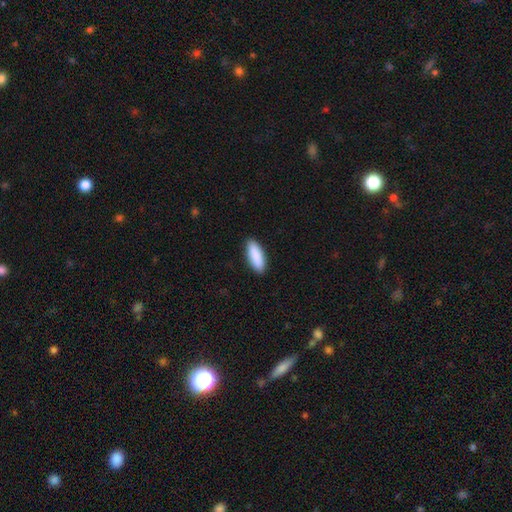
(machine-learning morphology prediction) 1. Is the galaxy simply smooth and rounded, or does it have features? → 90% smooth, 5% star or artifact, 4% featured or disk.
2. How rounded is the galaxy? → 68% in between, 30% cigar-shaped, 2% round.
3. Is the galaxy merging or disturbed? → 90% none, 7% minor disturbance, 2% major disturbance, 1% merger.